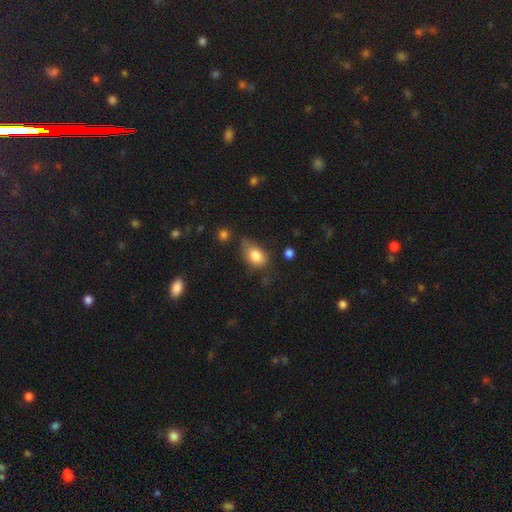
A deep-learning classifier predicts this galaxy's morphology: smooth 81%, featured or disk 11%, star or artifact 9%. Down the decision tree: how rounded — in between (79%); merging — none (45%).